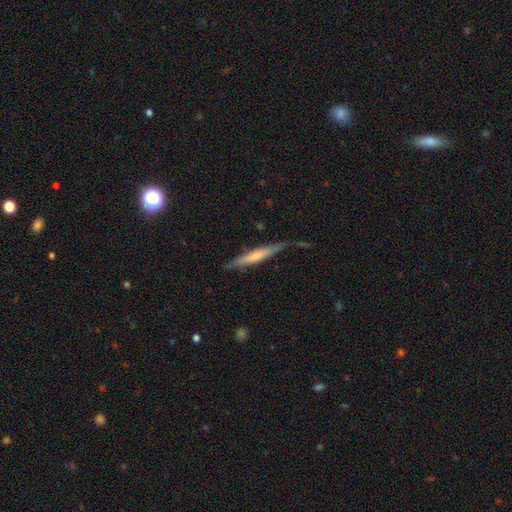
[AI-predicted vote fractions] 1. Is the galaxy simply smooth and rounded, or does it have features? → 48% smooth, 46% featured or disk, 6% star or artifact.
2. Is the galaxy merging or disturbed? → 70% none, 22% minor disturbance, 6% major disturbance, 3% merger.